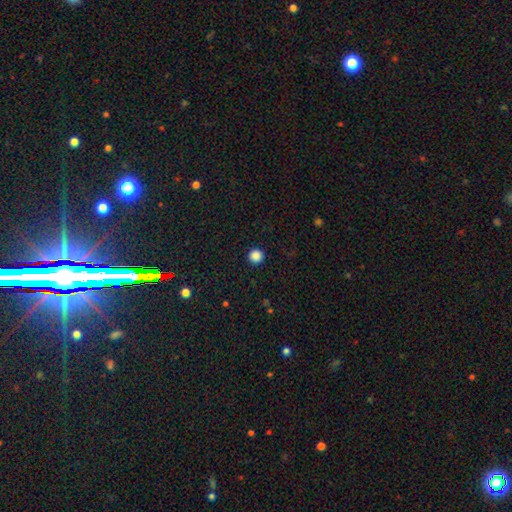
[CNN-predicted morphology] Smooth or featured?
  - smooth: 87% *
  - star or artifact: 11%
  - featured or disk: 3%
How rounded?
  - round: 96% *
  - in between: 3%
  - cigar-shaped: 1%
Merging?
  - none: 93% *
  - minor disturbance: 4%
  - major disturbance: 2%
  - merger: 1%